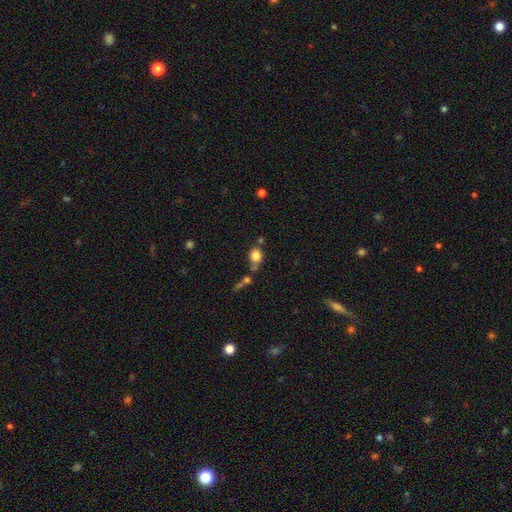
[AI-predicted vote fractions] Smooth or featured? smooth (82%)
How rounded? round (66%)
Merging? none (56%)